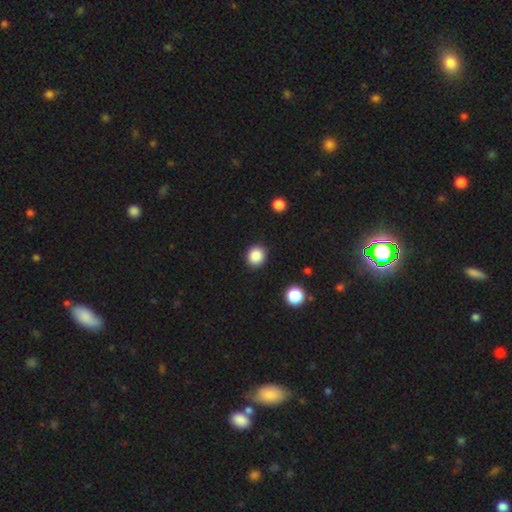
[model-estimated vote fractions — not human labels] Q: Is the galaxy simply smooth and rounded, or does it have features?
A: smooth — 87%.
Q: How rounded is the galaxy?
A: round — 86%.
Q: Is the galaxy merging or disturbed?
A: none — 91%.